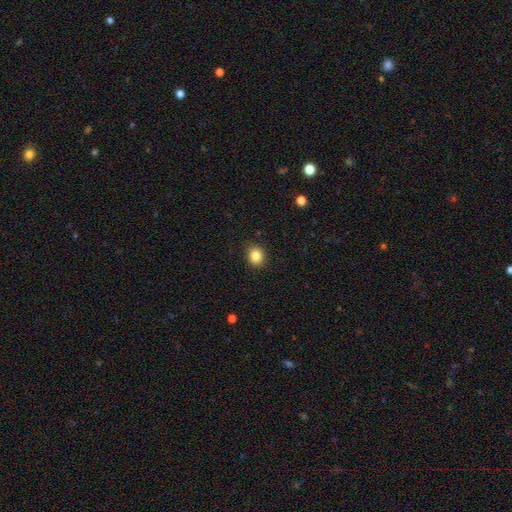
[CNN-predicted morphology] The model was most divided on "how rounded": round: 69%, in between: 30%, cigar-shaped: 1%. More confident: merging — none (89%); smooth or featured — smooth (85%).